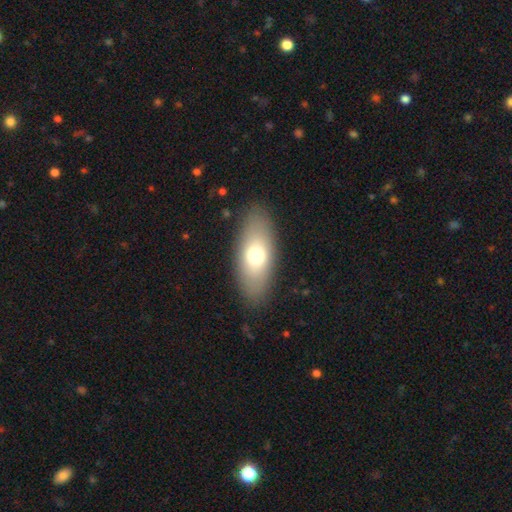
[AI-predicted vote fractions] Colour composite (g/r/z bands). It shows a smooth galaxy with no disk features (68%) that is in between round and cigar-shaped (85%). Merging: none (86%).